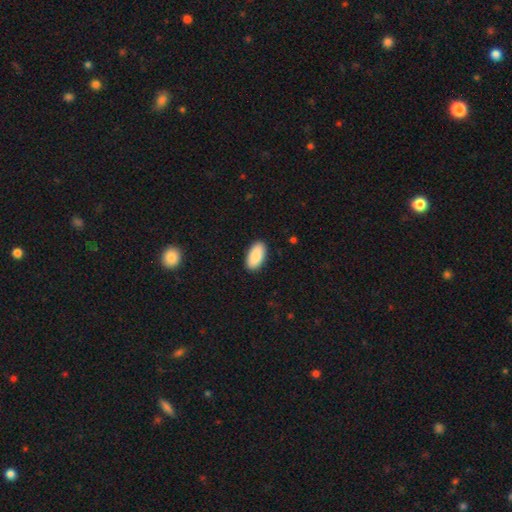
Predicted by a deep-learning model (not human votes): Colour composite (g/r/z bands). It shows a smooth galaxy with no disk features (90%) that is in between round and cigar-shaped (95%). Merging: none (90%).